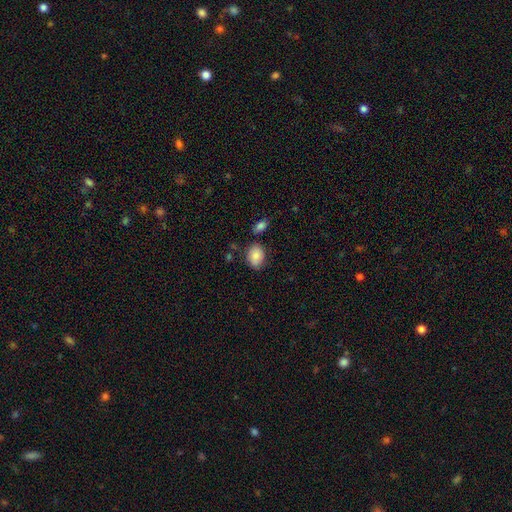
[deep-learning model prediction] Smooth or featured?
  - smooth: 84% *
  - featured or disk: 9%
  - star or artifact: 7%
How rounded?
  - in between: 69% *
  - round: 30%
  - cigar-shaped: 1%
Merging?
  - none: 74% *
  - minor disturbance: 16%
  - merger: 6%
  - major disturbance: 4%